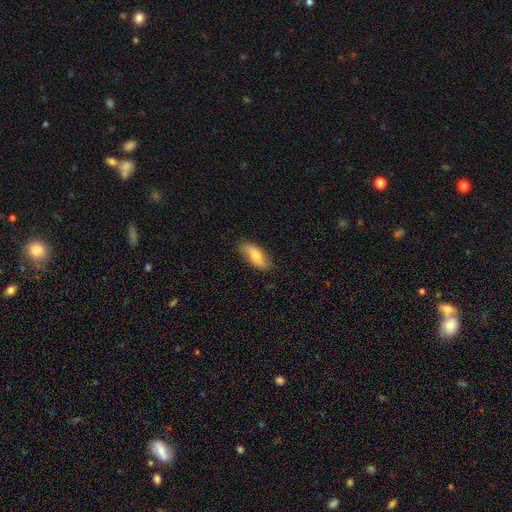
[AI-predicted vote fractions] Overall: smooth (70%). How rounded: in between (76%). Merging: none (79%).